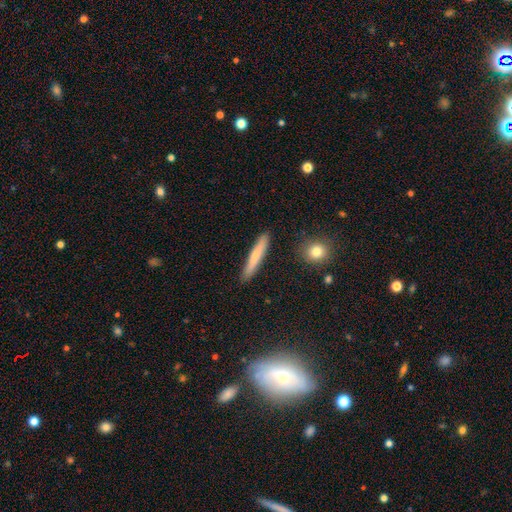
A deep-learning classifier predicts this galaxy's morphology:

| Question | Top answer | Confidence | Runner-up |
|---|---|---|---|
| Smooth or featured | smooth | 72% | featured or disk (22%) |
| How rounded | cigar-shaped | 93% | in between (6%) |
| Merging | none | 89% | minor disturbance (8%) |